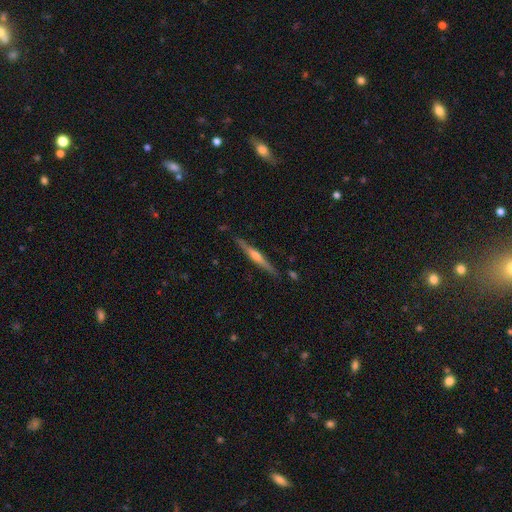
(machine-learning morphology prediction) A featured or disk galaxy (77%) viewed edge-on (98%) with a rounded central bulge (81%). Merging: none (88%).